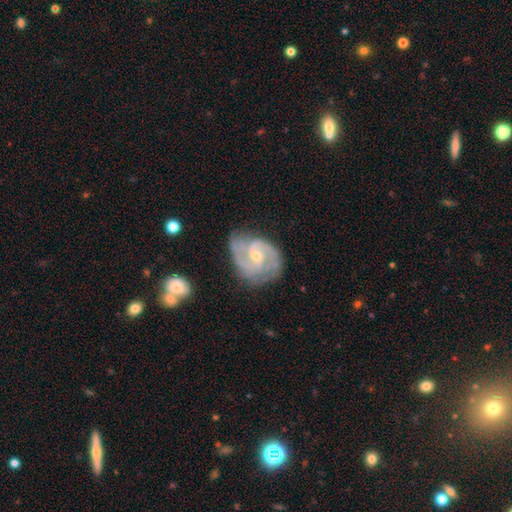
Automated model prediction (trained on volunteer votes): Q: Smooth or featured?
A: featured or disk (89%); runner-up: smooth (6%)
Q: Edge-on disk?
A: no (98%); runner-up: yes (2%)
Q: Bar?
A: no (46%); runner-up: weak (44%)
Q: Spiral arms?
A: yes (97%); runner-up: no (3%)
Q: Spiral winding?
A: medium (52%); runner-up: tight (35%)
Q: Spiral arm count?
A: 2 (69%); runner-up: 3 (14%)
Q: Bulge size?
A: small (69%); runner-up: moderate (28%)
Q: Merging?
A: none (64%); runner-up: minor disturbance (23%)